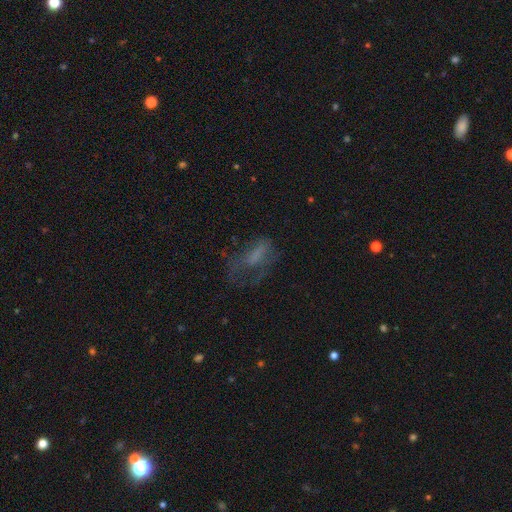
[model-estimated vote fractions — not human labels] Smooth or featured? Predicted: smooth (p=0.43). Merging? Predicted: major disturbance (p=0.45).